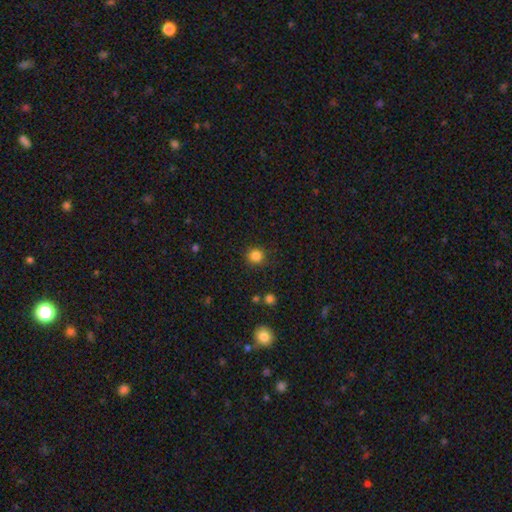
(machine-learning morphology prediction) A smooth galaxy with no disk features (84%) that is round (92%).

Vote fractions:
- Smooth or featured? smooth: 84% / star or artifact: 12% / featured or disk: 4%
- How rounded? round: 92% / in between: 7% / cigar-shaped: 1%
- Merging? none: 88% / minor disturbance: 8% / major disturbance: 3% / merger: 2%